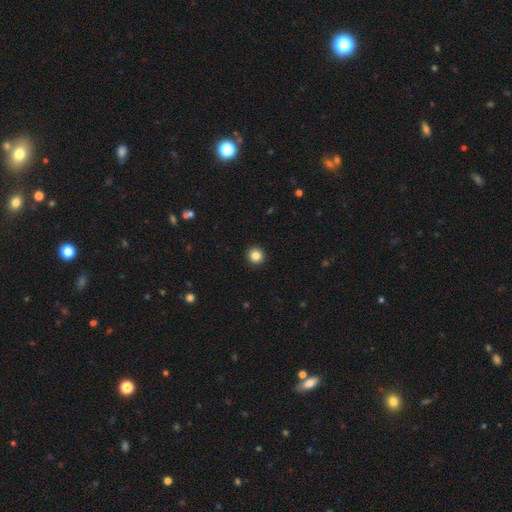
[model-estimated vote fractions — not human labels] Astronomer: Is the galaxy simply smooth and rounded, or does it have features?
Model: smooth — 85%.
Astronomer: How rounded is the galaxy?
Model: round — 96%.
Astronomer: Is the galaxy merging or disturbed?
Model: none — 94%.